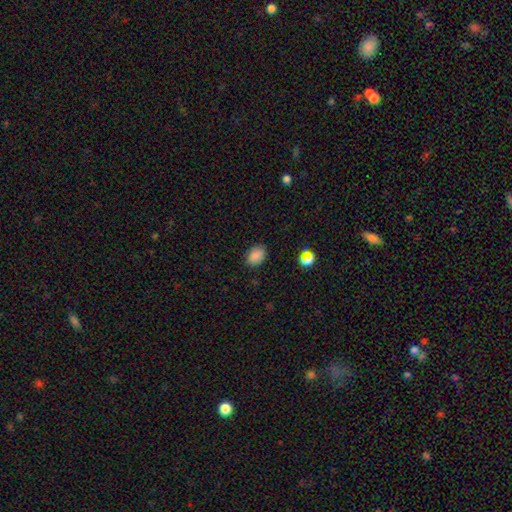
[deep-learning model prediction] This is clearly a smooth galaxy (84%). How rounded: likely in between (77%). Merging: clearly none (84%).